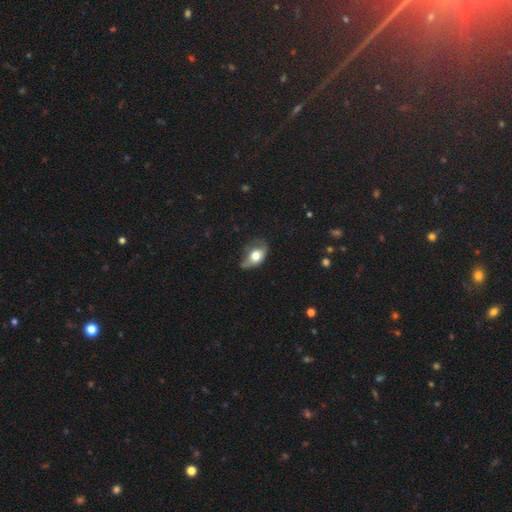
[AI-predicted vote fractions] Smooth or featured? smooth (64%)
How rounded? in between (83%)
Merging? minor disturbance (39%)